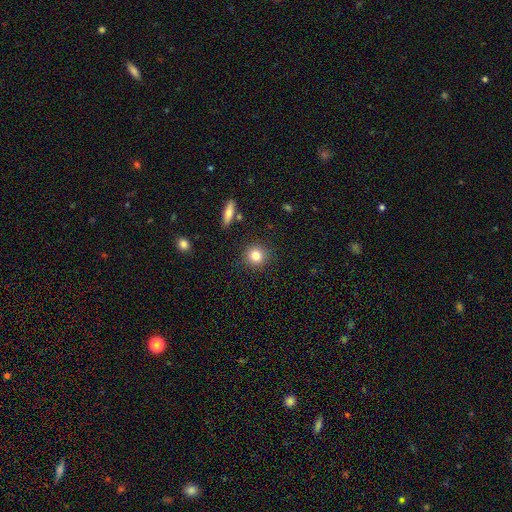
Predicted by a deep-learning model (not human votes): This appears to be a smooth galaxy with no disk features (82%) that is round (90%). Merging: none (89%).